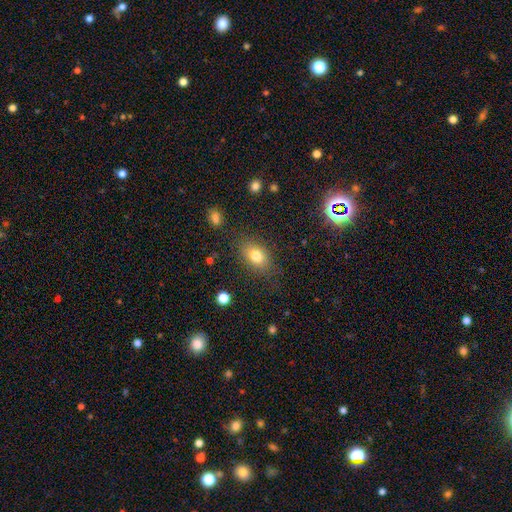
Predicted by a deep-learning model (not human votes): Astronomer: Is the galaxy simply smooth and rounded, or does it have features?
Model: smooth — 77%.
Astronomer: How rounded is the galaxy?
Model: in between — 77%.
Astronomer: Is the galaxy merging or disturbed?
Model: none — 81%.